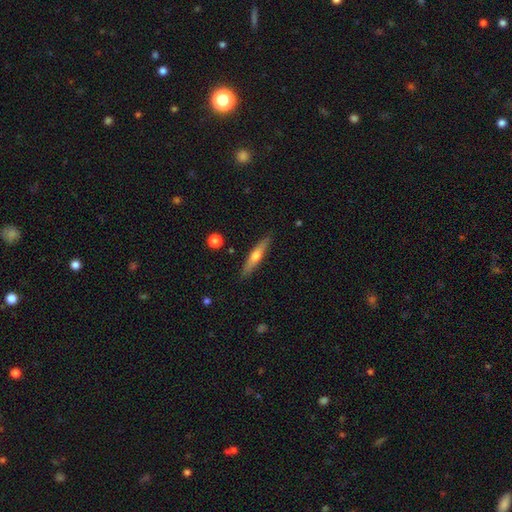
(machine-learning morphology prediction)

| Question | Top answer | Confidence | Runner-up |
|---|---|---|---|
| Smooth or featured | smooth | 47% | tied: featured or disk (47%) |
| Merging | none | 88% | minor disturbance (9%) |